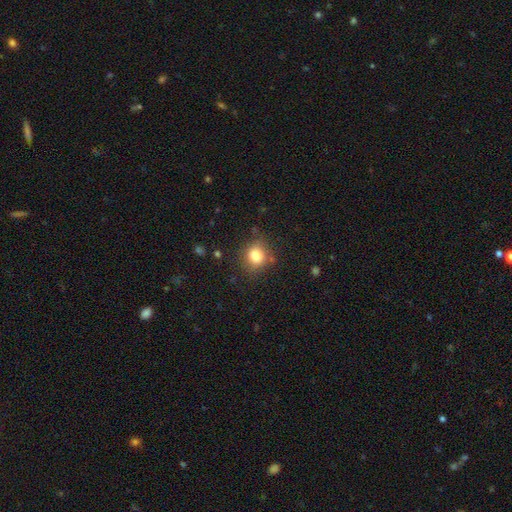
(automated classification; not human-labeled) This appears to be a smooth galaxy with no disk features (82%) that is round (73%). Merging: none (77%).